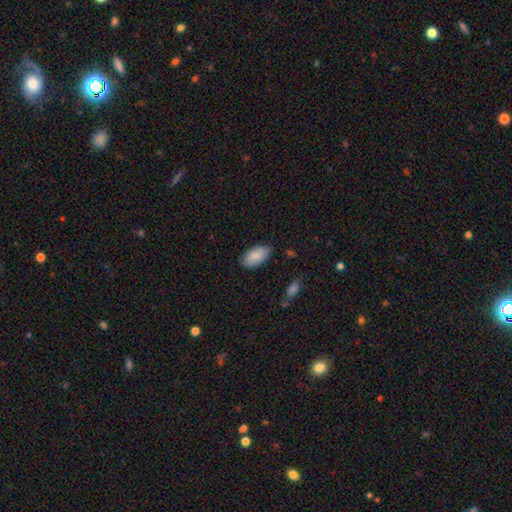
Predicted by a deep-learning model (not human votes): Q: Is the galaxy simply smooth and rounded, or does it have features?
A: smooth — 86%.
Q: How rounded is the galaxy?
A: in between — 95%.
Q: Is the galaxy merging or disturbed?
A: none — 83%.